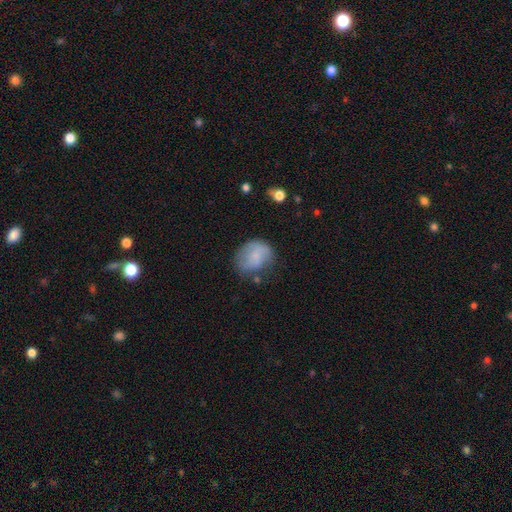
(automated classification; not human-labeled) A smooth galaxy with no disk features (70%) that is round (57%). Merging: none (52%).